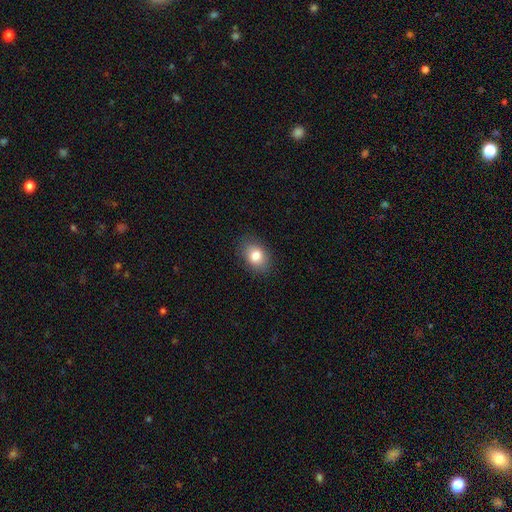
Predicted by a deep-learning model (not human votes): This is clearly a smooth galaxy (82%). How rounded: likely in between (74%). Merging: clearly none (86%).